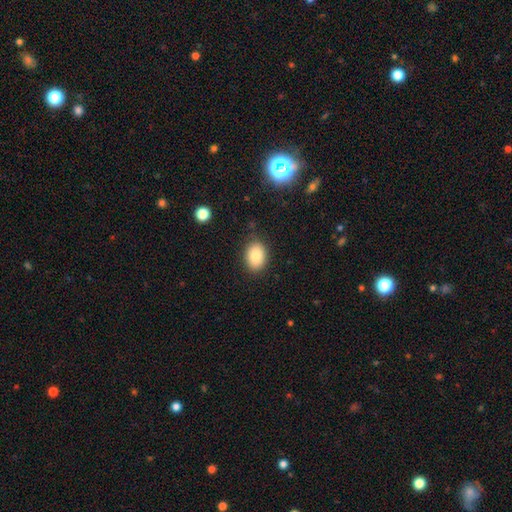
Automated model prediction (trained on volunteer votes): smooth_or_featured: smooth (p=0.85) [alt: star or artifact p=0.08]
how_rounded: in between (p=0.78) [alt: round p=0.21]
merging: none (p=0.85) [alt: minor disturbance p=0.11]